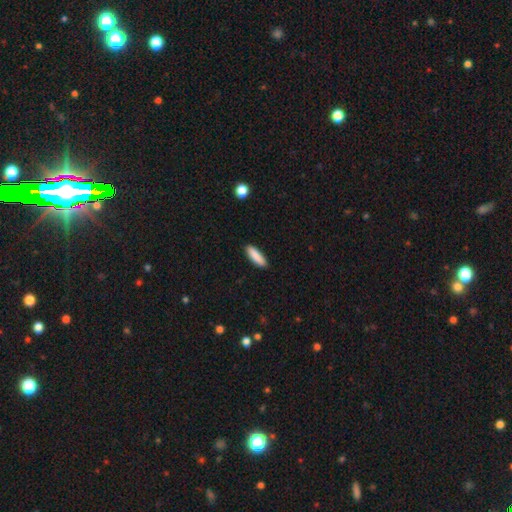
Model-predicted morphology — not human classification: Overall: smooth (89%). How rounded: cigar-shaped (56%; in between 42%). Merging: none (89%).